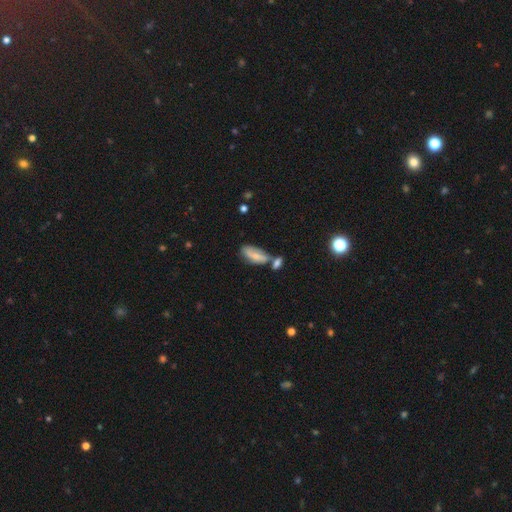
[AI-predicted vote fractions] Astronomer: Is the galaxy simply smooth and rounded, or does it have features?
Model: smooth — 63%.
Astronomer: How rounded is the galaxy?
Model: in between — 79%.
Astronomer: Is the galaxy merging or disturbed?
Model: merger — 38% (runner-up: none, 36%).